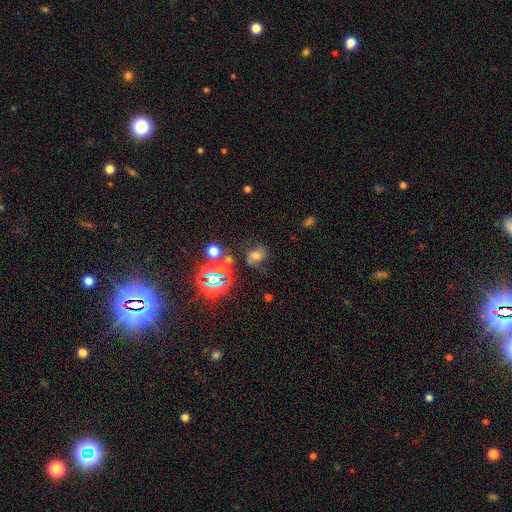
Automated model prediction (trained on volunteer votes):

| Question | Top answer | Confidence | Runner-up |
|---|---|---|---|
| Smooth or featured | smooth | 44% | star or artifact (31%) |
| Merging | none | 57% | minor disturbance (21%) |